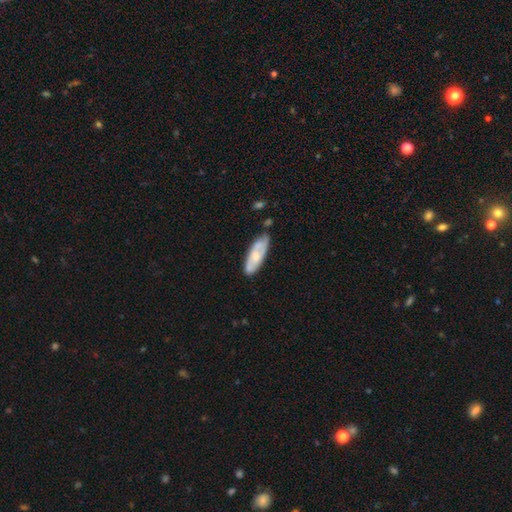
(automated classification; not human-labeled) Morphology: type=smooth (52%); roundness=in between (59%); merging=none (70%).